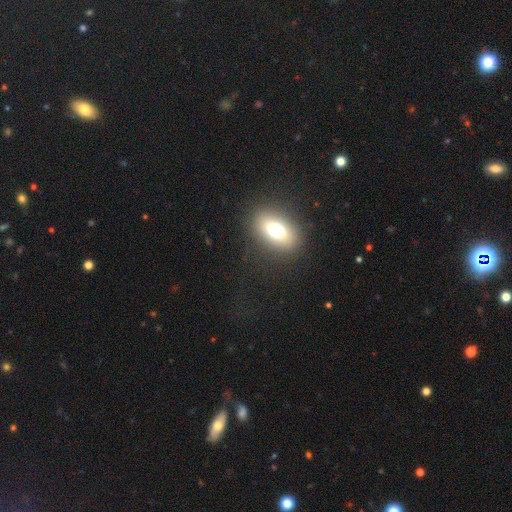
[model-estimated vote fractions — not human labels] smooth 63%, featured or disk 20%, star or artifact 17%. Down the decision tree: how rounded — in between (74%); merging — none (84%).